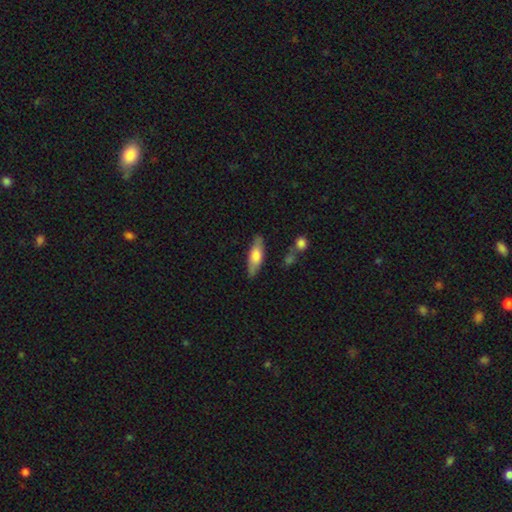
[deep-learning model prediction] Smooth or featured?
  - smooth: 59% *
  - featured or disk: 35%
  - star or artifact: 6%
How rounded?
  - cigar-shaped: 49% * (tied)
  - in between: 49% * (tied)
  - round: 2%
Merging?
  - none: 81% *
  - minor disturbance: 13%
  - merger: 4%
  - major disturbance: 3%